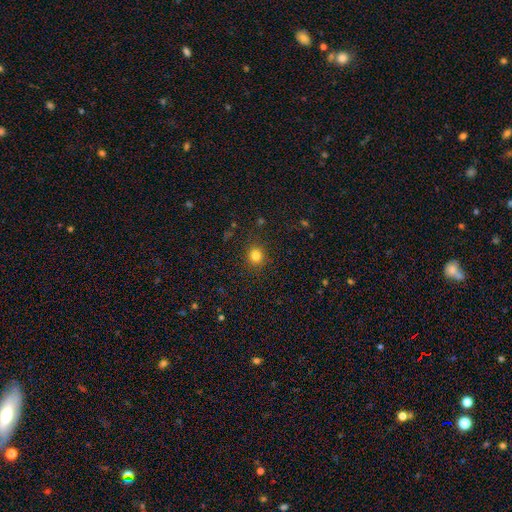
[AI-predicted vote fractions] smooth-or-featured: smooth: 81% | star or artifact: 14% | featured or disk: 5%
  how-rounded: round: 84% | in between: 15% | cigar-shaped: 1%
  merging: none: 88% | minor disturbance: 8% | major disturbance: 3% | merger: 1%